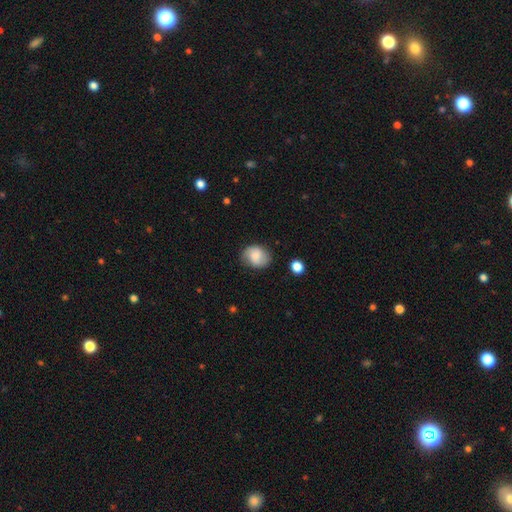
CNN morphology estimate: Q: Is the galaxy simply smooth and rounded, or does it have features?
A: smooth — 70%.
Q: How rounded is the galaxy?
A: round — 52%.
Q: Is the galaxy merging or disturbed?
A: none — 72%.